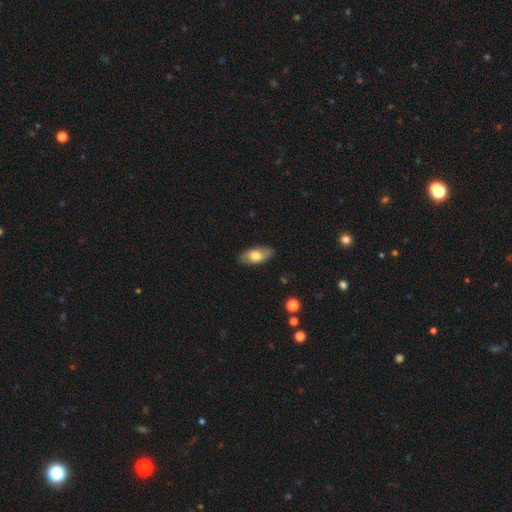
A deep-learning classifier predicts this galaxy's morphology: This is likely a smooth galaxy (72%). How rounded: clearly in between (88%). Merging: clearly none (85%).